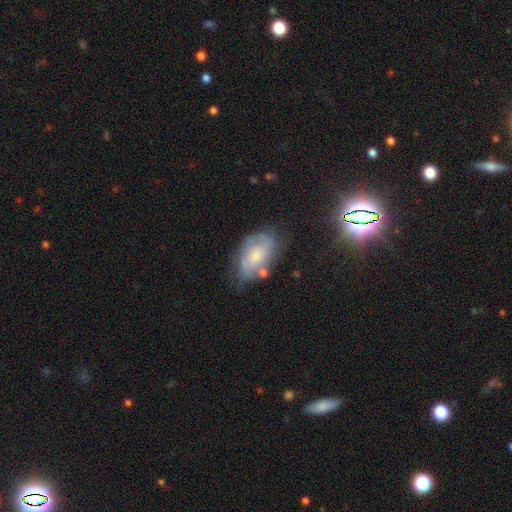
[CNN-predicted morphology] A featured or disk galaxy (61%) with no bar (61%), spiral arms (83%) and a small central bulge (48%). Merging: none (59%).